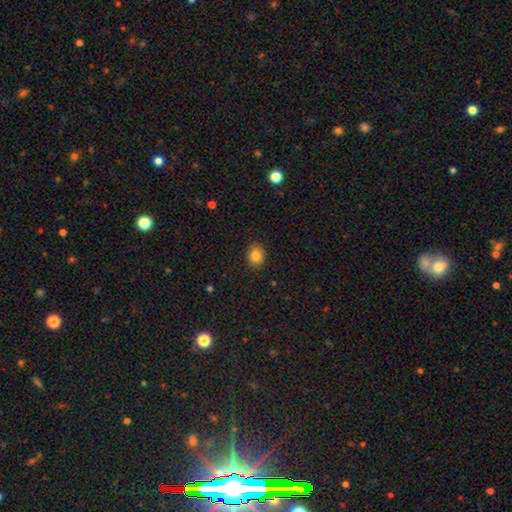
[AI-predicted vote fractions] smooth 84%, star or artifact 10%, featured or disk 6%. Down the decision tree: how rounded — in between (62%); merging — none (88%).